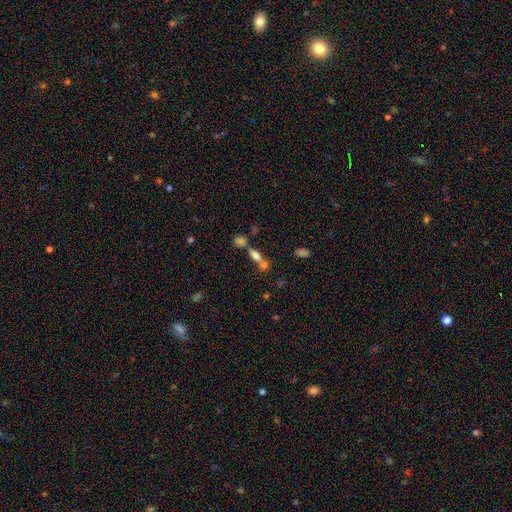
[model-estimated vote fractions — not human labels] The model was most divided on "how rounded": cigar-shaped: 51%, in between: 41%, round: 8%. Remaining: smooth or featured — smooth (52%); merging — none (48%).